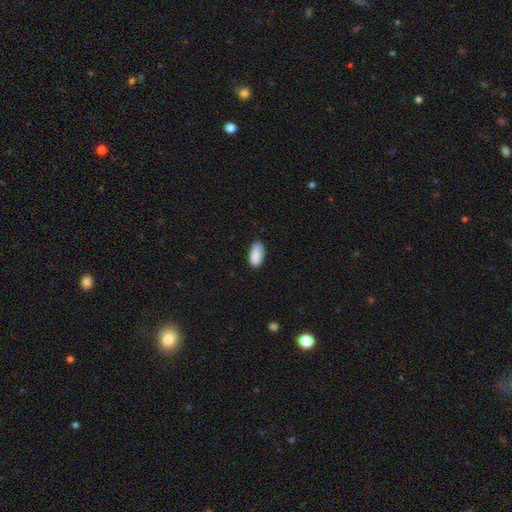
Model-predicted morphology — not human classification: type=smooth (89%); roundness=in between (93%); merging=none (75%).